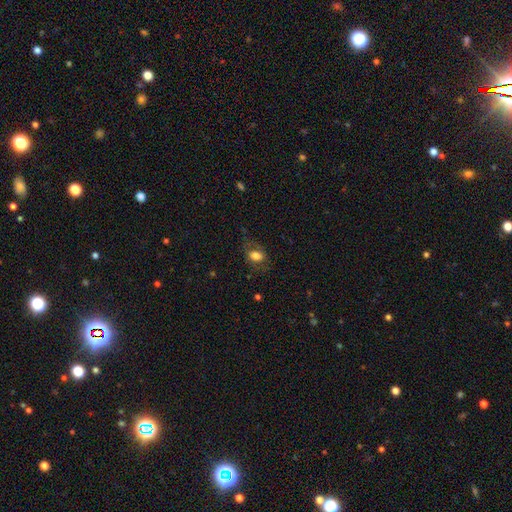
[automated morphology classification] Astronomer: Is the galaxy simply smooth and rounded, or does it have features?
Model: smooth — 70%.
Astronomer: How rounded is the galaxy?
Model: in between — 83%.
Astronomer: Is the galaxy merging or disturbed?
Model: none — 66%.